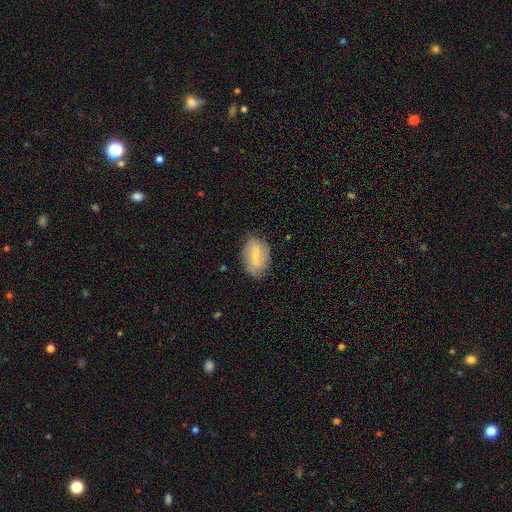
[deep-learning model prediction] A smooth galaxy with no disk features (55%) that is in between round and cigar-shaped (84%). Merging: none (70%).